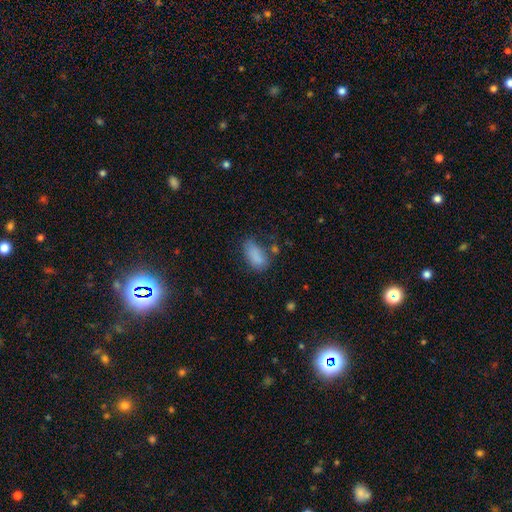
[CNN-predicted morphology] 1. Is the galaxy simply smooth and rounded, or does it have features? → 81% smooth, 10% star or artifact, 9% featured or disk.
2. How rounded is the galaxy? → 90% in between, 5% cigar-shaped, 5% round.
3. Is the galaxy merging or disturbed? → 50% none, 27% minor disturbance, 14% major disturbance, 8% merger.